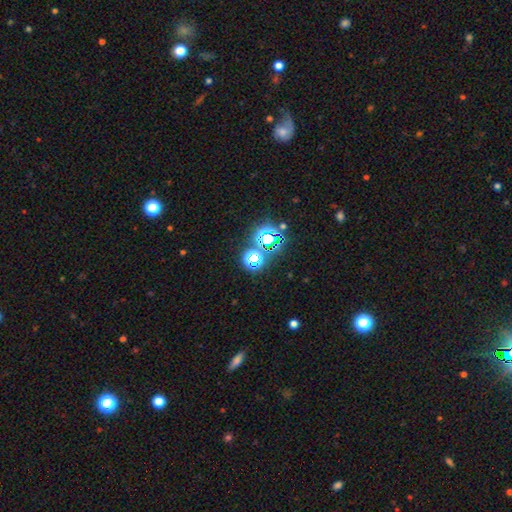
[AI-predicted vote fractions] The model was most divided on "smooth or featured": star or artifact: 67%, smooth: 25%, featured or disk: 7%.